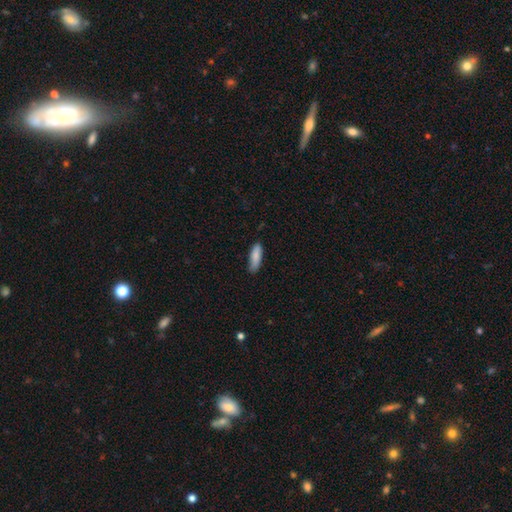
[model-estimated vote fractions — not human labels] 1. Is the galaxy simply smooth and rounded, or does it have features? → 87% smooth, 7% featured or disk, 6% star or artifact.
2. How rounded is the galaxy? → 52% cigar-shaped, 47% in between, 2% round.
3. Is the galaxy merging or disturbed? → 81% none, 16% minor disturbance, 2% major disturbance, 1% merger.